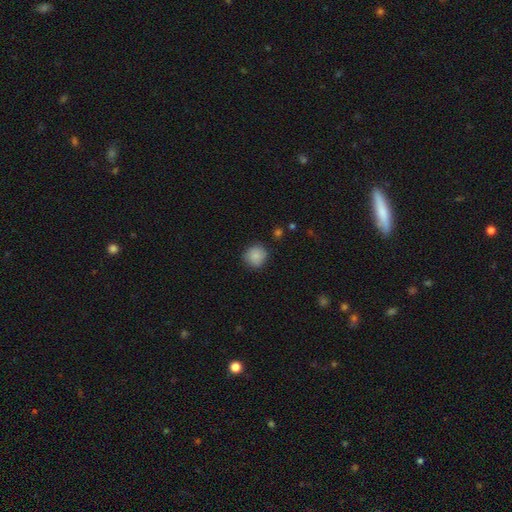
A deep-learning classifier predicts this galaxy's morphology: Smooth or featured? smooth (87%)
How rounded? round (90%)
Merging? none (84%)